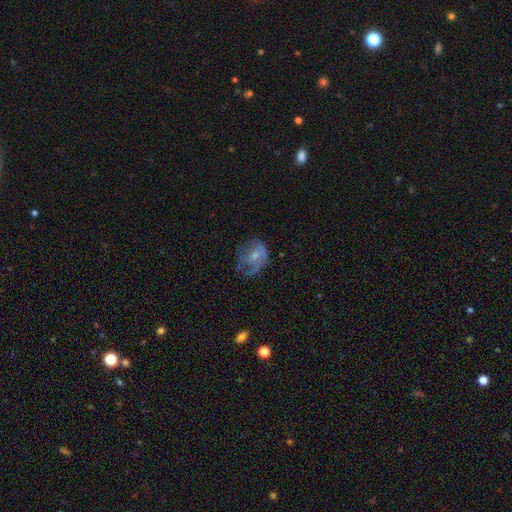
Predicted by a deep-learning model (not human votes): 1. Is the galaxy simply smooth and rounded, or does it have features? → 58% featured or disk, 33% smooth, 9% star or artifact.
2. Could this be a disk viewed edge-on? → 97% no, 3% yes.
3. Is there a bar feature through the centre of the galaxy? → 66% no, 29% weak, 5% strong.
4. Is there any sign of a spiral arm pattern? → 59% yes, 41% no.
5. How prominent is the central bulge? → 45% small, 42% moderate, 9% none, 3% large, 1% dominant.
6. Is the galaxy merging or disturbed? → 43% none, 29% major disturbance, 26% minor disturbance, 2% merger.